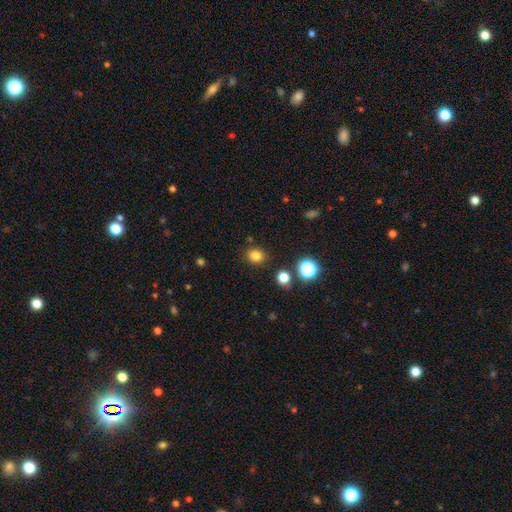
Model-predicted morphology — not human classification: A smooth galaxy with no disk features (80%) that is round (75%).

Vote fractions:
- Smooth or featured? smooth: 80% / star or artifact: 15% / featured or disk: 5%
- How rounded? round: 75% / in between: 24% / cigar-shaped: 1%
- Merging? none: 87% / minor disturbance: 8% / merger: 3% / major disturbance: 3%